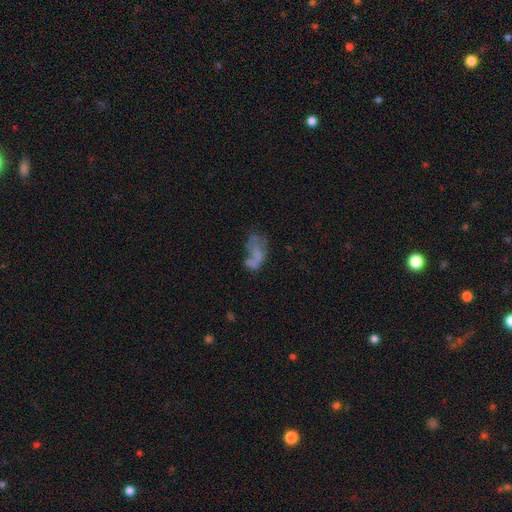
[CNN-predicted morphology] smooth_or_featured: smooth (p=0.43) [alt: featured or disk p=0.42]
merging: major disturbance (p=0.37) [alt: none p=0.28]